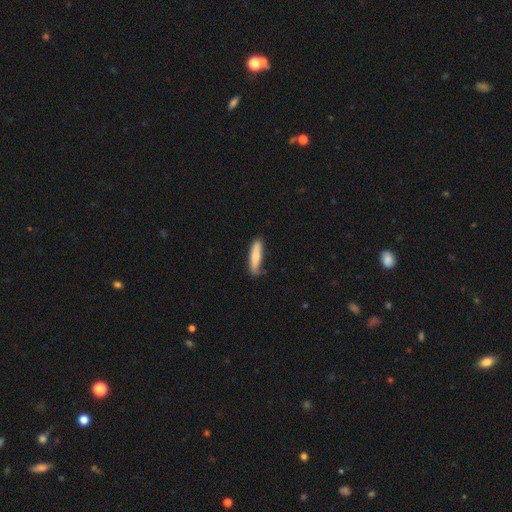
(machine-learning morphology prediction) A smooth galaxy with no disk features (71%) that is cigar-shaped (79%).

Vote fractions:
- Smooth or featured? smooth: 71% / featured or disk: 23% / star or artifact: 6%
- How rounded? cigar-shaped: 79% / in between: 19% / round: 1%
- Merging? none: 73% / minor disturbance: 22% / major disturbance: 4% / merger: 2%